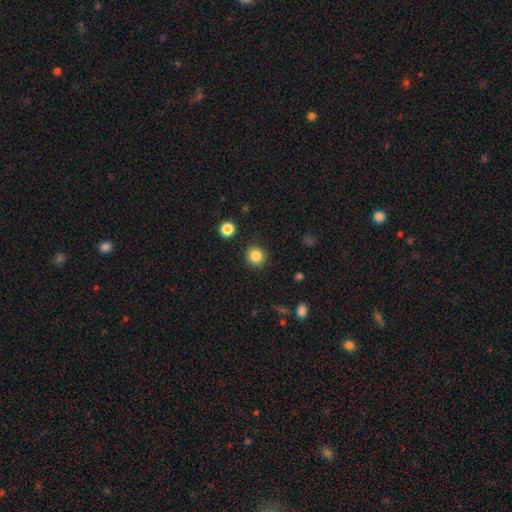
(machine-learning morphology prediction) smooth-or-featured: smooth: 85% | star or artifact: 11% | featured or disk: 4%
  how-rounded: round: 93% | in between: 6% | cigar-shaped: 1%
  merging: none: 91% | minor disturbance: 6% | major disturbance: 2% | merger: 2%